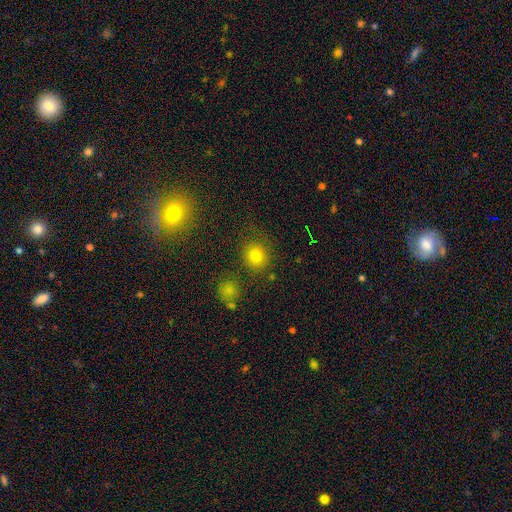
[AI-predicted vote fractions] Q: Smooth or featured?
A: smooth (76%); runner-up: star or artifact (16%)
Q: How rounded?
A: round (83%); runner-up: in between (16%)
Q: Merging?
A: none (78%); runner-up: minor disturbance (11%)